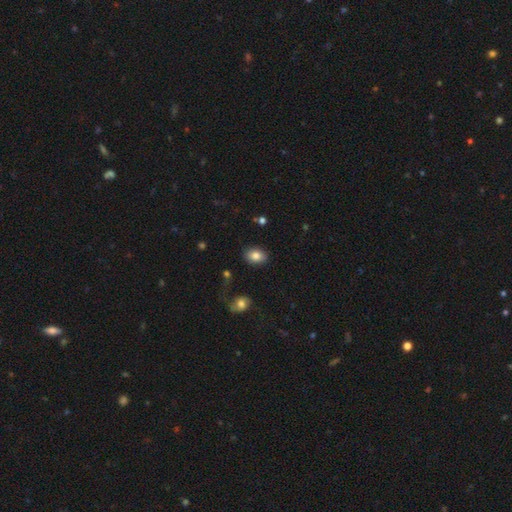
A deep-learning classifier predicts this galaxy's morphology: smooth_or_featured: smooth (p=0.83) [alt: featured or disk p=0.09]
how_rounded: in between (p=0.78) [alt: round p=0.20]
merging: none (p=0.86) [alt: minor disturbance p=0.09]